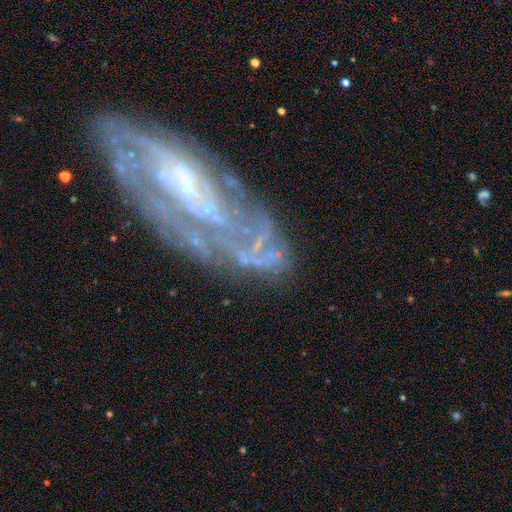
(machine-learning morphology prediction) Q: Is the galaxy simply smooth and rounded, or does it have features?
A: featured or disk — 72%.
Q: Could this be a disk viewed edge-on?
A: no — 94%.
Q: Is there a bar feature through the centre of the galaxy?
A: no — 64%.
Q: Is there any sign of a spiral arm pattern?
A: yes — 56%.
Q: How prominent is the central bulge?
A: none — 45%.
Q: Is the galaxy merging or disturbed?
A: none — 41%.